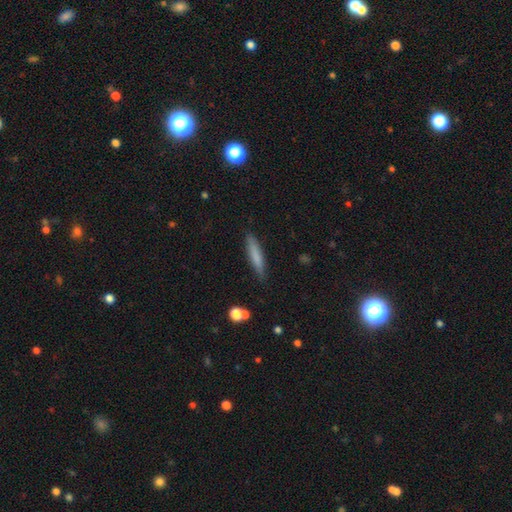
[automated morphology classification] A smooth galaxy with no disk features (75%) that is cigar-shaped (88%). Merging: none (85%).